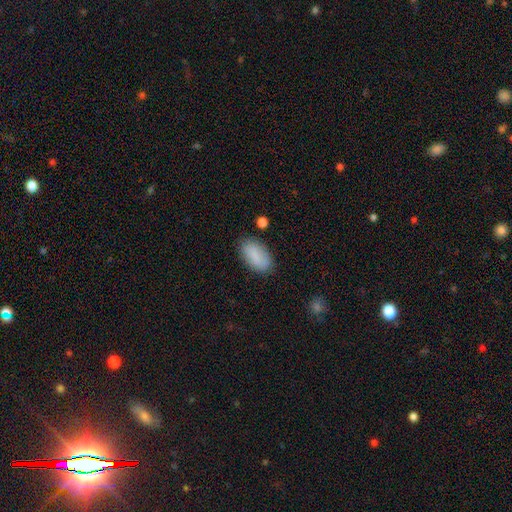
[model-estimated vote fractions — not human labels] Smooth or featured: smooth — 84% (featured or disk — 9%)
How rounded: in between — 94% (round — 3%)
Merging: none — 80% (minor disturbance — 14%)